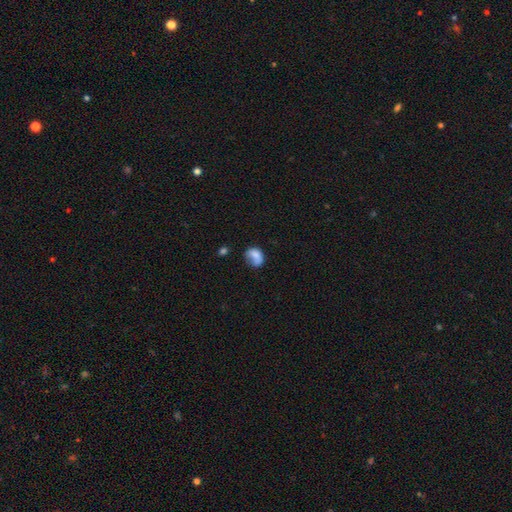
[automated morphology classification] Overall: smooth (70%). How rounded: in between (61%; round 37%). Merging: none (34%; minor disturbance 29%).